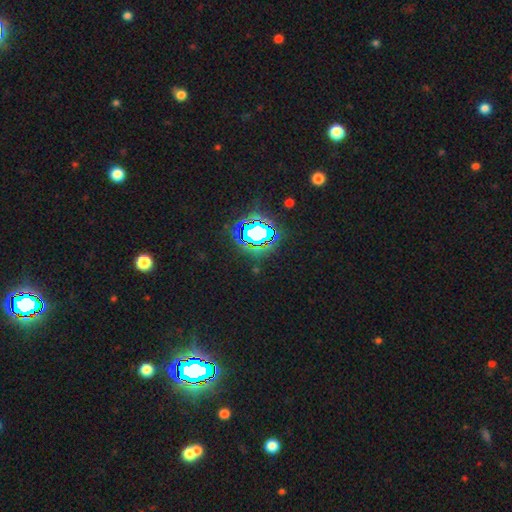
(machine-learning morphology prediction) Smooth or featured? Predicted: star or artifact (p=0.82).